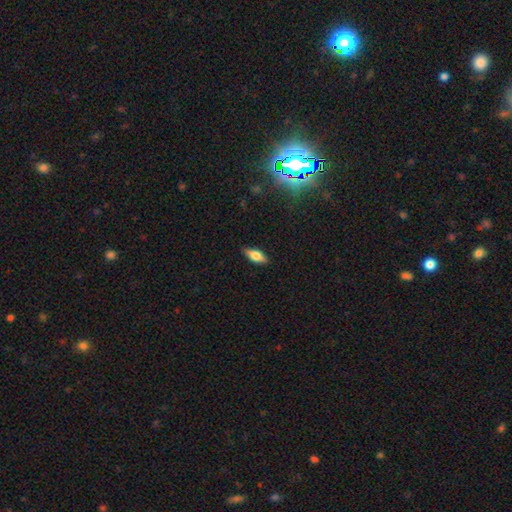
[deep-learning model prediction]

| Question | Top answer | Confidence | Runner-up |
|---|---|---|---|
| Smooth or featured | smooth | 74% | featured or disk (19%) |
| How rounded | in between | 78% | cigar-shaped (19%) |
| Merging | none | 87% | minor disturbance (10%) |